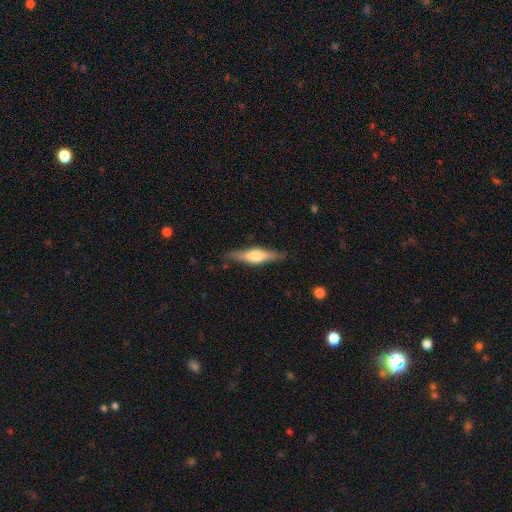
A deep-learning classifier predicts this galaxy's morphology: This appears to be a featured or disk galaxy (58%) viewed edge-on (95%) with a rounded central bulge (90%). Merging: none (86%).